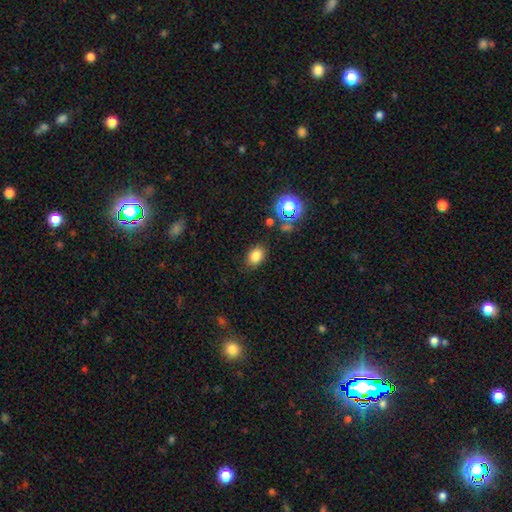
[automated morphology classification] This is likely a smooth galaxy (80%). How rounded: likely in between (73%). Merging: clearly none (81%).